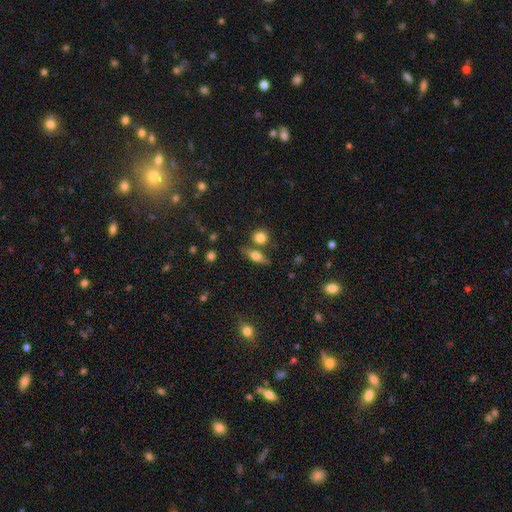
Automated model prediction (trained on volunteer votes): smooth 51%, featured or disk 39%, star or artifact 10%. Down the decision tree: how rounded — in between (49%); merging — none (70%).